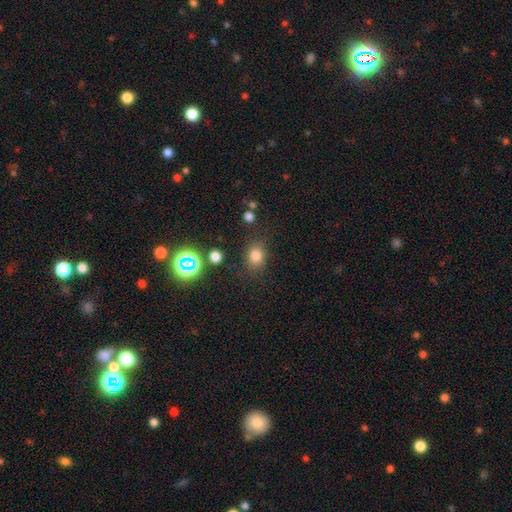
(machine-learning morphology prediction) type=smooth (77%); roundness=round (50%); merging=none (78%).